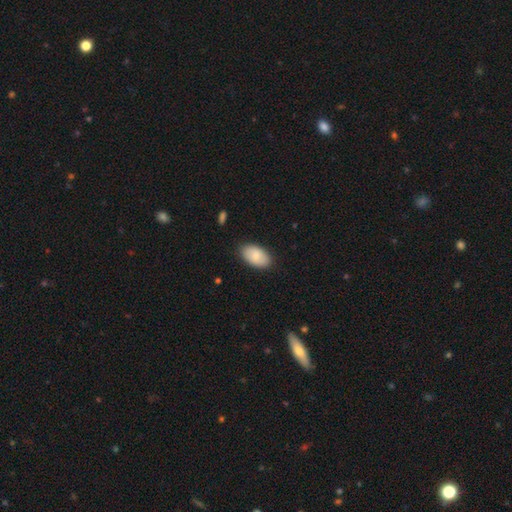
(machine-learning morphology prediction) Smooth or featured?
  - smooth: 83% *
  - featured or disk: 11%
  - star or artifact: 6%
How rounded?
  - in between: 94% *
  - round: 4%
  - cigar-shaped: 1%
Merging?
  - none: 86% *
  - minor disturbance: 11%
  - major disturbance: 2%
  - merger: 1%